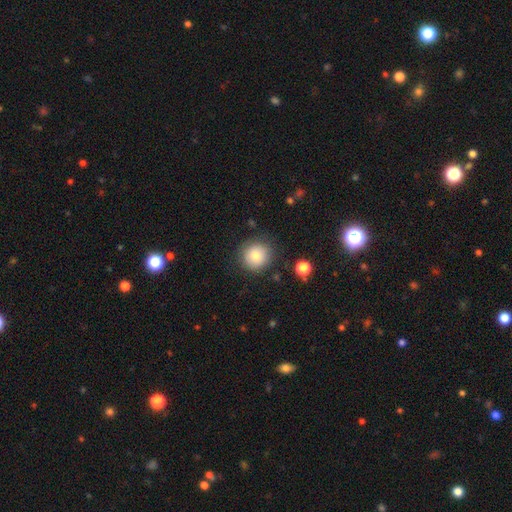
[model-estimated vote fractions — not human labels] The model was most divided on "smooth or featured": smooth: 77%, featured or disk: 12%, star or artifact: 11%. More confident: how rounded — round (93%); merging — none (84%).